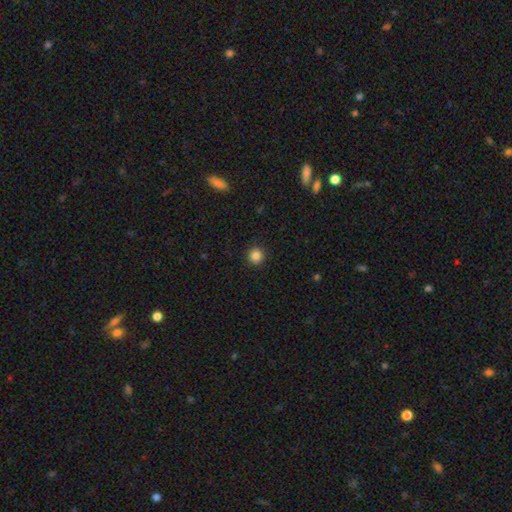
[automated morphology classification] The model was most divided on "smooth or featured": smooth: 85%, star or artifact: 11%, featured or disk: 4%. More confident: how rounded — round (95%); merging — none (92%).